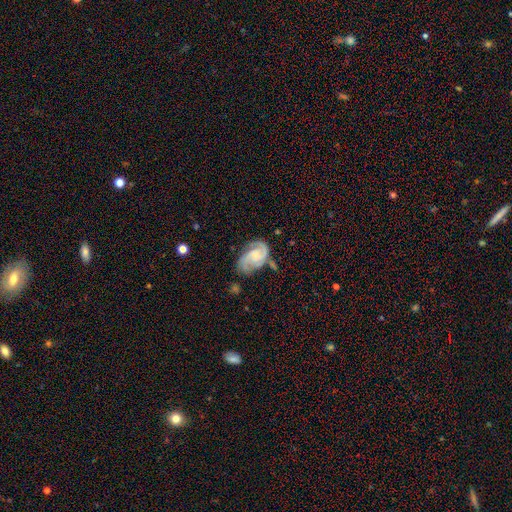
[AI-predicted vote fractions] A featured or disk galaxy (85%) with no bar (56%), 2 (75%) medium (47%) spiral arms (97%) and a small central bulge (39%).

Vote fractions:
- Smooth or featured? featured or disk: 85% / smooth: 9% / star or artifact: 6%
- Edge-on disk? no: 98% / yes: 2%
- Bar? no: 56% / weak: 37% / strong: 8%
- Spiral arms? yes: 97% / no: 3%
- Spiral winding? medium: 47% / tight: 41% / loose: 12%
- Spiral arm count? 2: 75% / 3: 12% / can't tell: 6% / 1: 3% / 4: 2% / more than 4: 2%
- Bulge size? small: 39% / none: 35% / moderate: 19% / large: 5% / dominant: 2%
- Merging? none: 59% / minor disturbance: 24% / major disturbance: 12% / merger: 5%